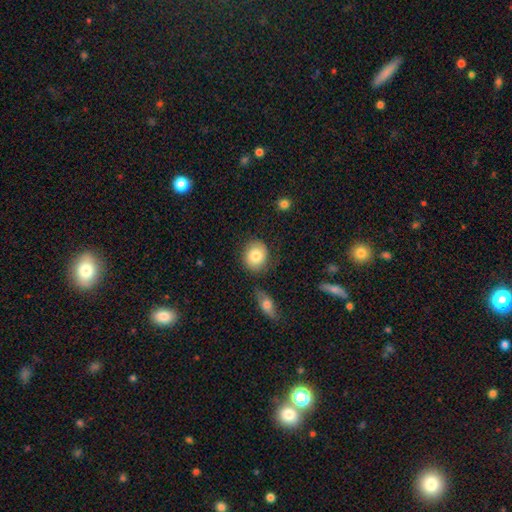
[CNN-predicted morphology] Q: Smooth or featured?
A: smooth (81%); runner-up: featured or disk (12%)
Q: How rounded?
A: round (73%); runner-up: in between (26%)
Q: Merging?
A: none (76%); runner-up: minor disturbance (14%)